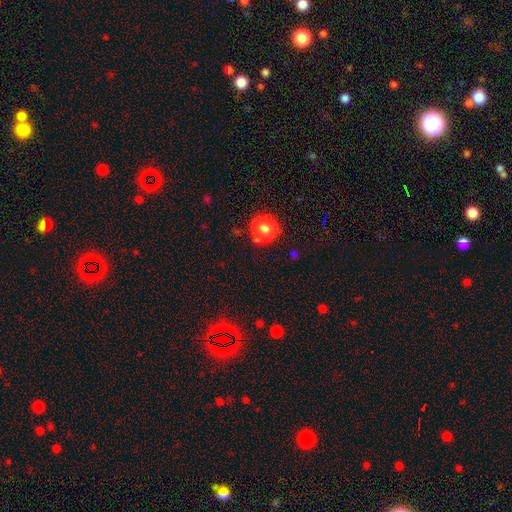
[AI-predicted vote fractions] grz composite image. It shows a smooth galaxy with no disk features (58%) that is round (82%). Merging: none (81%).